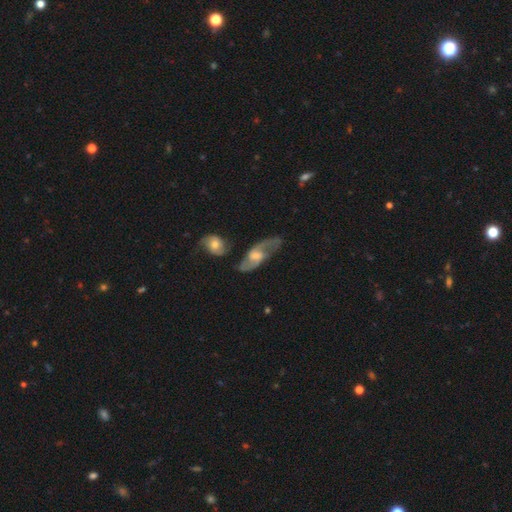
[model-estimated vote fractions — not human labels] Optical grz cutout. It shows a featured or disk galaxy (79%) with a weak bar (51%), 2 (88%) medium (45%) spiral arms (91%) and a moderate central bulge (52%). Merging: none (65%).